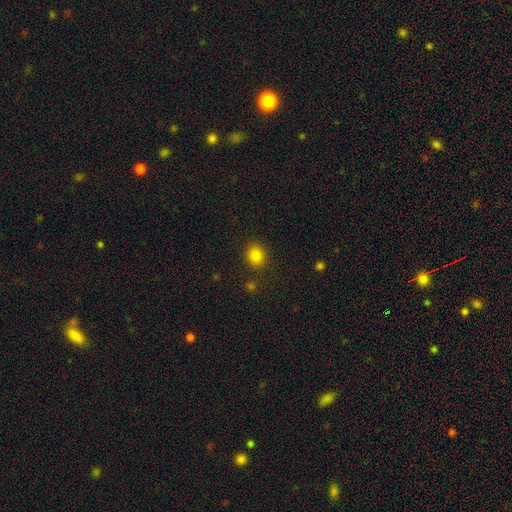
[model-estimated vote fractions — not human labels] smooth_or_featured: smooth (p=0.83) [alt: star or artifact p=0.12]
how_rounded: round (p=0.70) [alt: in between p=0.30]
merging: none (p=0.87) [alt: minor disturbance p=0.08]